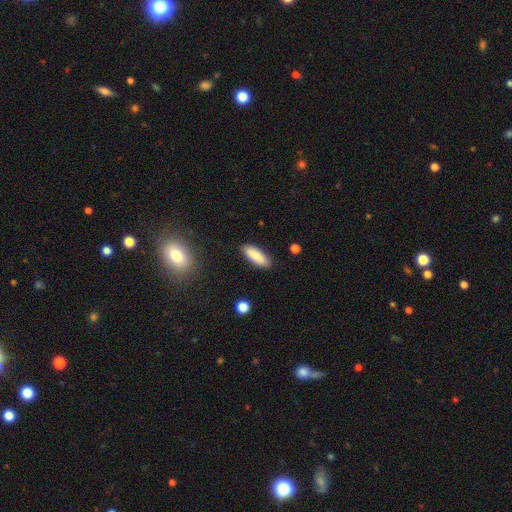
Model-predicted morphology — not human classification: type=smooth (83%); roundness=in between (68%); merging=none (86%).